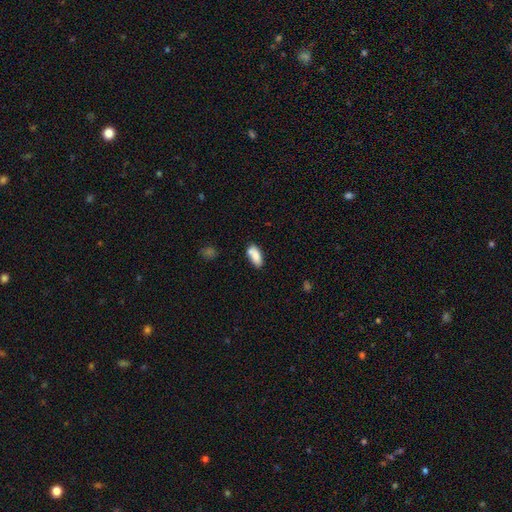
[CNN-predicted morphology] Smooth or featured? smooth (80%)
How rounded? in between (85%)
Merging? none (54%)